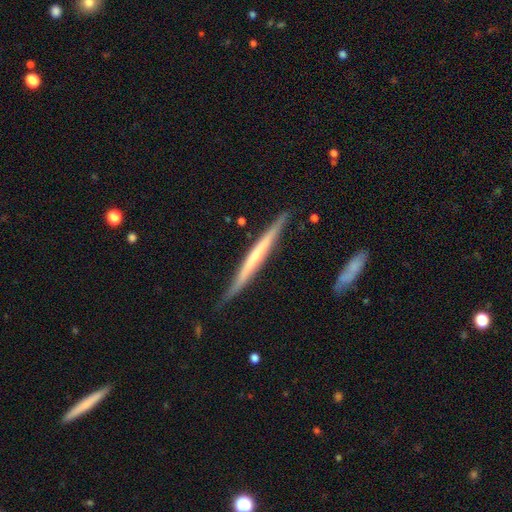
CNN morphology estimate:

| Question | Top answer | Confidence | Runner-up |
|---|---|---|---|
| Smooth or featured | featured or disk | 64% | smooth (30%) |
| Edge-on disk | yes | 96% | no (4%) |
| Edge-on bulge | none | 64% | rounded (29%) |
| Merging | none | 85% | minor disturbance (11%) |